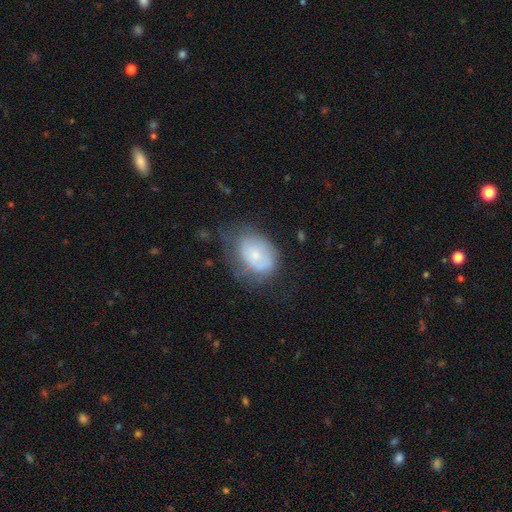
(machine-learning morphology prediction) Smooth or featured? smooth (54%)
How rounded? in between (74%)
Merging? none (46%)